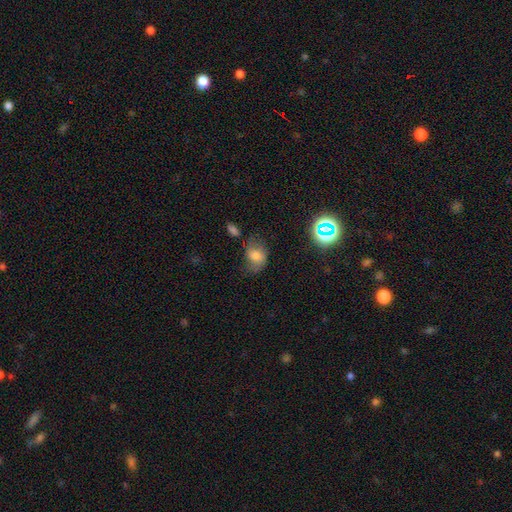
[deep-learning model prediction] Smooth or featured?
  - smooth: 64% *
  - featured or disk: 23%
  - star or artifact: 13%
How rounded?
  - in between: 65% *
  - round: 34%
  - cigar-shaped: 1%
Merging?
  - none: 47% *
  - minor disturbance: 32%
  - major disturbance: 16%
  - merger: 4%